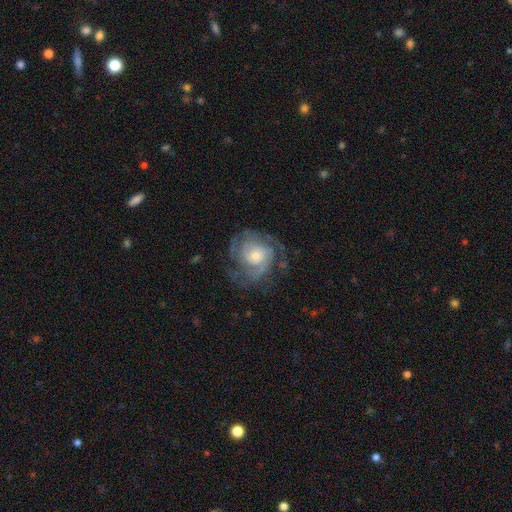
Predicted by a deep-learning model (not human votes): smooth-or-featured: featured or disk: 81% | smooth: 13% | star or artifact: 6%
  disk-edge-on: no: 98% | yes: 2%
    bar: no: 74% | weak: 22% | strong: 4%
    has-spiral-arms: yes: 93% | no: 7%
      spiral-winding: tight: 58% | medium: 33% | loose: 8%
      spiral-arm-count: 2: 32% | can't tell: 30% | 3: 21% | 4: 7% | 1: 5% | more than 4: 5%
    bulge-size: moderate: 51% | small: 30% | large: 15% | none: 3% | dominant: 2%
  merging: none: 69% | minor disturbance: 17% | major disturbance: 12% | merger: 1%